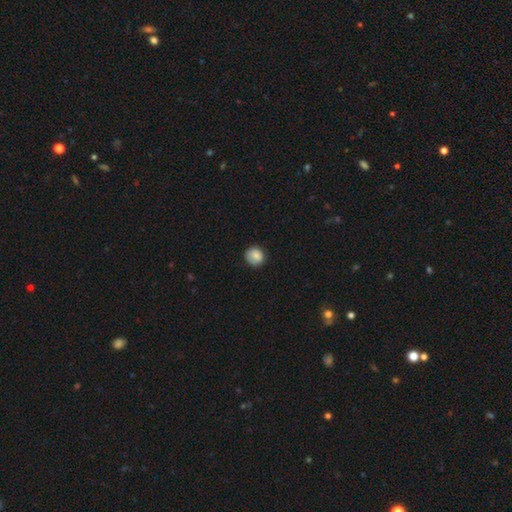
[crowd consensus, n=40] Smooth or featured? smooth (88%)
How rounded? round (91%)
Merging? none (74%)